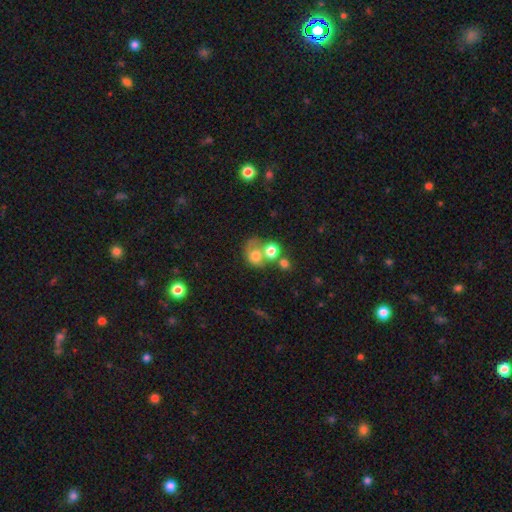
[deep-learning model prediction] Smooth or featured?
  - smooth: 64% *
  - featured or disk: 23%
  - star or artifact: 13%
How rounded?
  - round: 62% *
  - in between: 37%
  - cigar-shaped: 1%
Merging?
  - merger: 48% *
  - none: 27%
  - major disturbance: 14%
  - minor disturbance: 12%